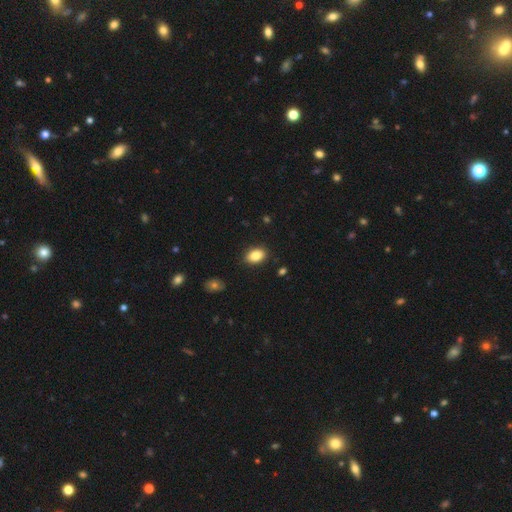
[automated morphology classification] smooth 85%, star or artifact 8%, featured or disk 7%. Down the decision tree: how rounded — in between (87%); merging — none (88%).